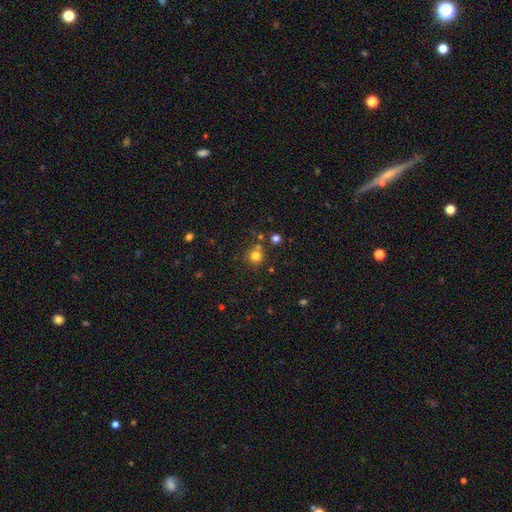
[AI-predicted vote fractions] Smooth or featured? smooth (78%)
How rounded? round (91%)
Merging? none (72%)